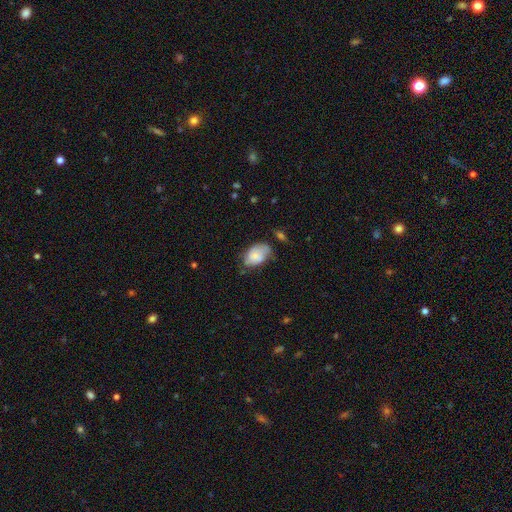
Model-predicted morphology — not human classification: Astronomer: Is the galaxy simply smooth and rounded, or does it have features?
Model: smooth — 75%.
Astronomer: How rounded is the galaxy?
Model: in between — 87%.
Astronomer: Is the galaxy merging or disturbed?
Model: none — 44% (runner-up: minor disturbance, 36%).